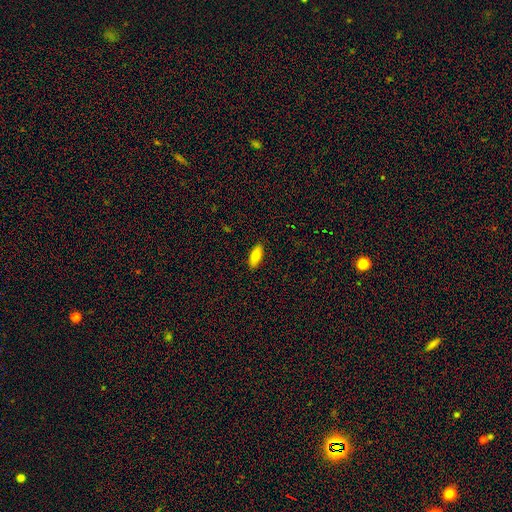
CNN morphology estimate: smooth-or-featured: smooth: 77% | featured or disk: 16% | star or artifact: 7%
  how-rounded: in between: 82% | cigar-shaped: 16% | round: 2%
  merging: none: 89% | minor disturbance: 8% | major disturbance: 2% | merger: 1%